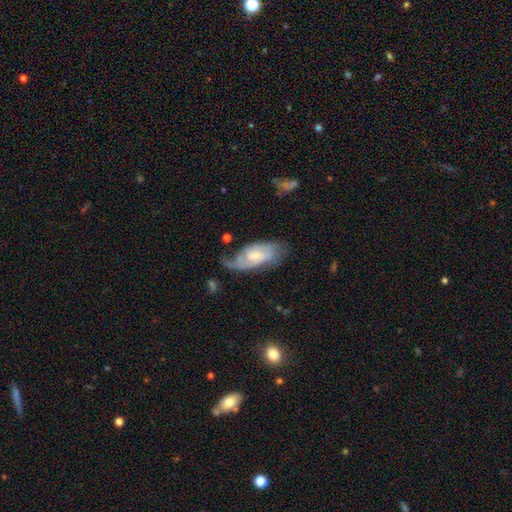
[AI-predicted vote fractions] Smooth or featured: featured or disk — 73% (smooth — 22%)
Edge-on disk: no — 93% (yes — 7%)
Bar: no — 49% (weak — 44%)
Spiral arms: yes — 92% (no — 8%)
Spiral winding: medium — 44% (tight — 33%)
Spiral arm count: 2 — 51% (can't tell — 20%)
Bulge size: small — 44% (tied with moderate — 44%)
Merging: none — 51% (minor disturbance — 27%)